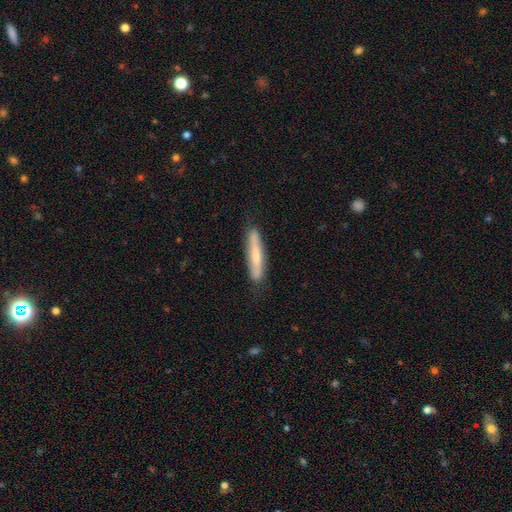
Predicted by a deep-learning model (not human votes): Overall: smooth (59%; featured or disk 35%). How rounded: cigar-shaped (88%). Merging: none (80%).